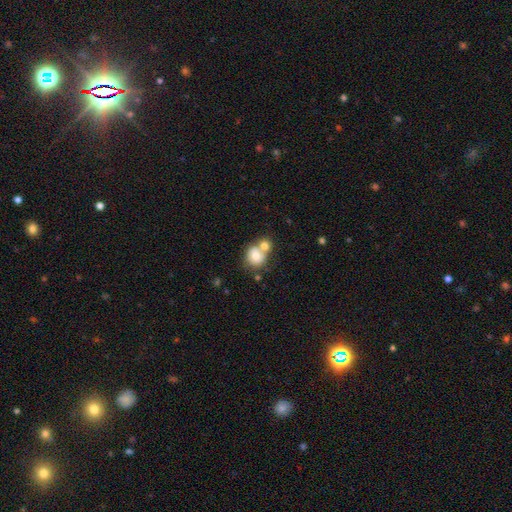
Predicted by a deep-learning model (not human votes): Morphology: type=smooth (72%); roundness=round (74%); merging=merger (54%).